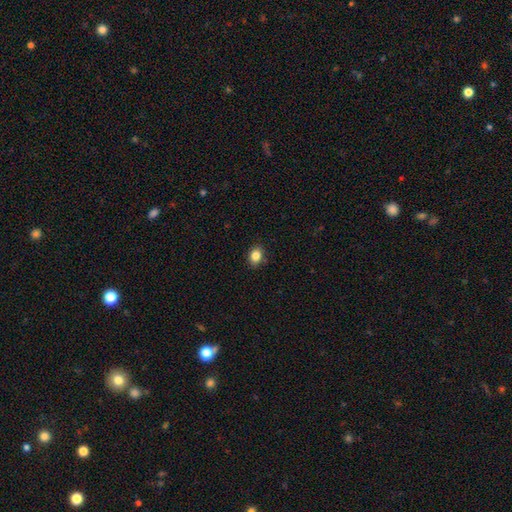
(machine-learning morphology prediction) smooth_or_featured: smooth (p=0.85) [alt: star or artifact p=0.10]
how_rounded: in between (p=0.65) [alt: round p=0.34]
merging: none (p=0.87) [alt: minor disturbance p=0.09]